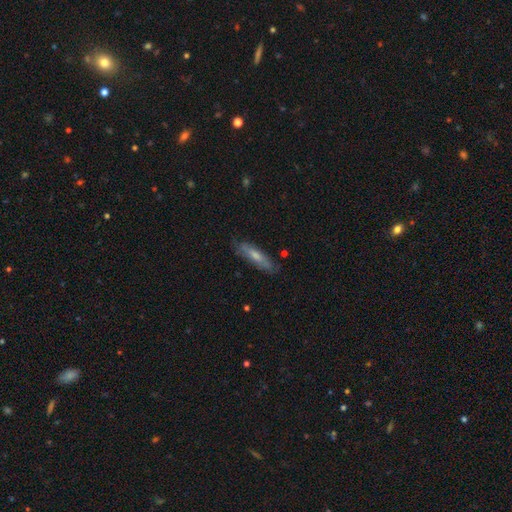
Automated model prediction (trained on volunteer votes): A smooth galaxy with no disk features (56%) that is cigar-shaped (71%). Merging: none (75%).